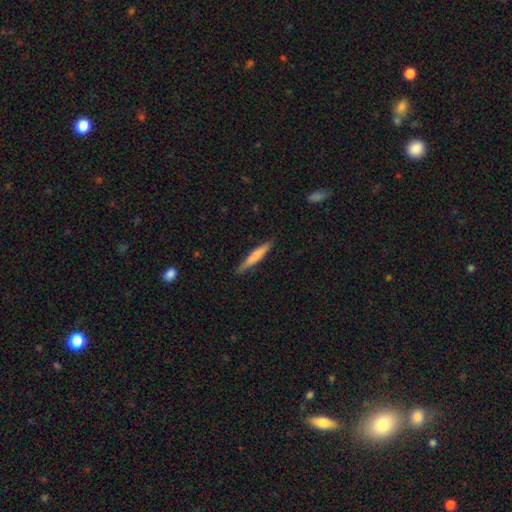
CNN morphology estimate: Overall: smooth (70%). How rounded: cigar-shaped (93%). Merging: none (87%).